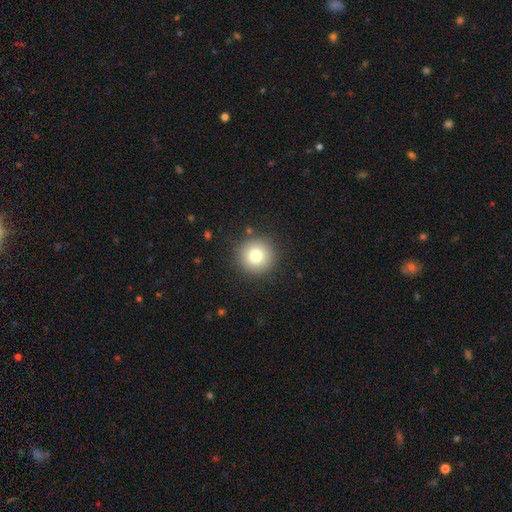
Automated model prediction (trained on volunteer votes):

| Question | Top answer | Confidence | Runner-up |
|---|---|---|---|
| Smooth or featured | smooth | 78% | star or artifact (12%) |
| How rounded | round | 95% | in between (4%) |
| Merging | none | 90% | minor disturbance (6%) |